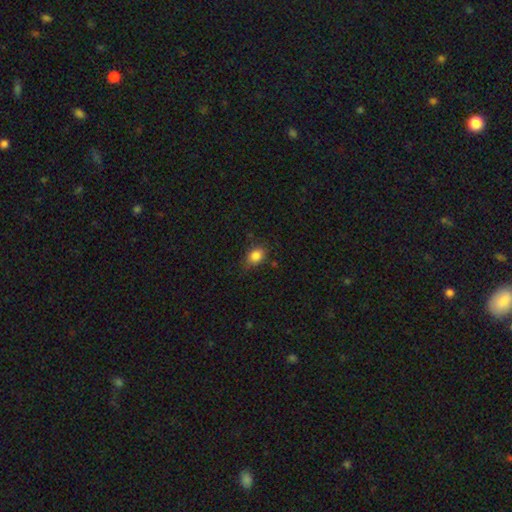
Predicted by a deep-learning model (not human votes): Q: Smooth or featured?
A: smooth (85%); runner-up: star or artifact (10%)
Q: How rounded?
A: in between (65%); runner-up: round (33%)
Q: Merging?
A: none (72%); runner-up: minor disturbance (22%)